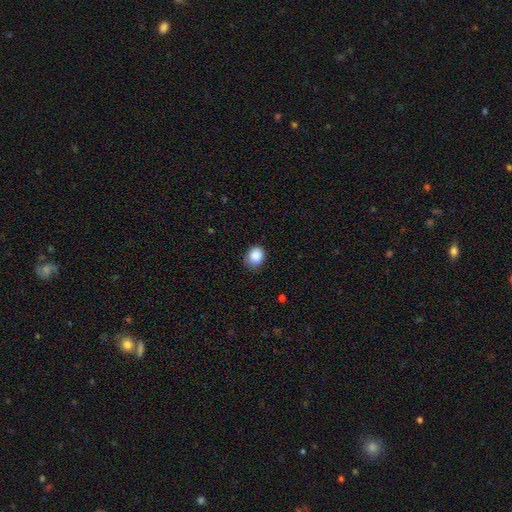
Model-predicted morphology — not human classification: Smooth or featured?
  - smooth: 88% *
  - star or artifact: 9%
  - featured or disk: 3%
How rounded?
  - round: 57% *
  - in between: 42%
  - cigar-shaped: 1%
Merging?
  - none: 73% *
  - minor disturbance: 22%
  - major disturbance: 4%
  - merger: 1%